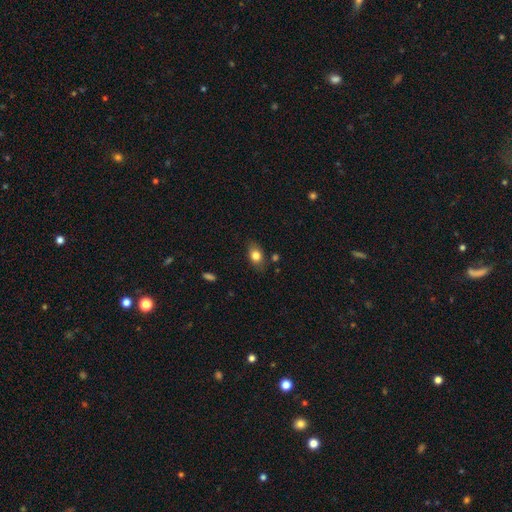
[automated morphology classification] type=smooth (80%); roundness=in between (76%); merging=none (78%).